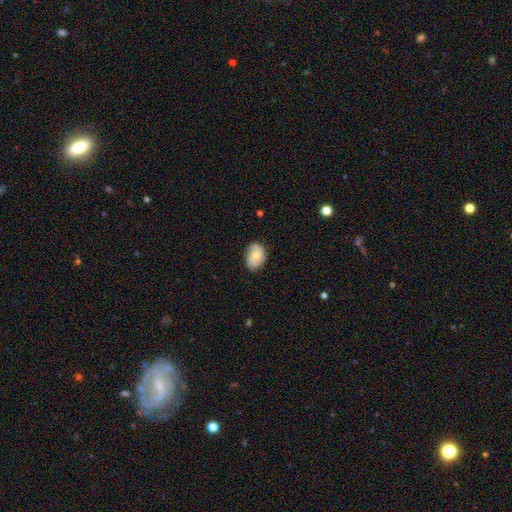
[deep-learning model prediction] Smooth or featured: smooth — 47% (featured or disk — 46%)
Merging: none — 67% (minor disturbance — 26%)